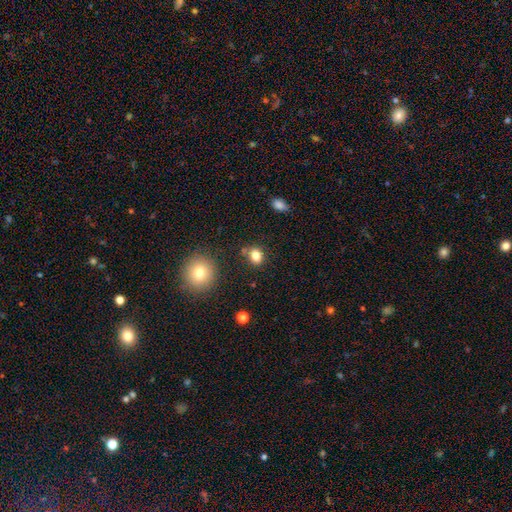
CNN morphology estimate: This appears to be a smooth galaxy with no disk features (81%) that is round (54%). Merging: none (75%).